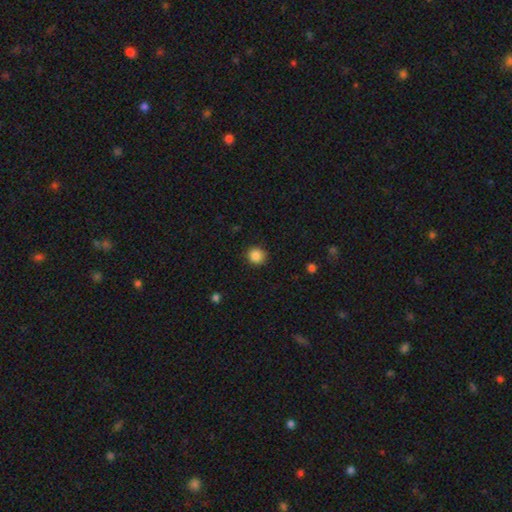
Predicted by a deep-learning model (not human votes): Morphology: type=smooth (86%); roundness=round (91%); merging=none (91%).